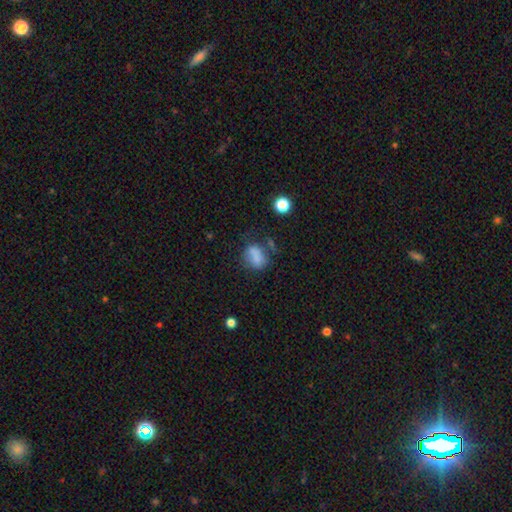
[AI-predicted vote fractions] Smooth or featured: smooth — 73% (featured or disk — 14%)
How rounded: in between — 58% (round — 40%)
Merging: none — 48% (minor disturbance — 25%)